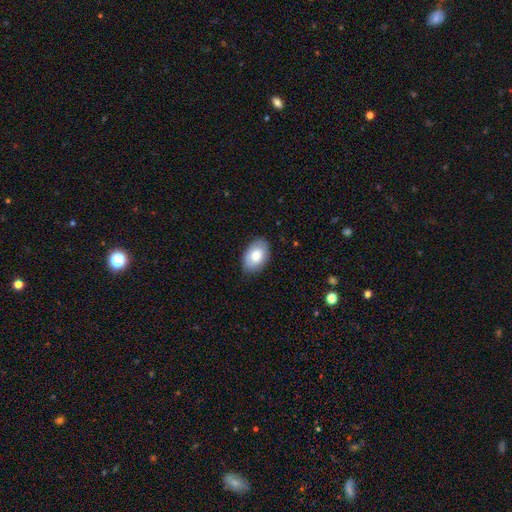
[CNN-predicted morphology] Smooth or featured?
  - smooth: 74% *
  - featured or disk: 19%
  - star or artifact: 6%
How rounded?
  - in between: 91% *
  - round: 8%
  - cigar-shaped: 1%
Merging?
  - none: 82% *
  - minor disturbance: 15%
  - major disturbance: 3%
  - merger: 1%